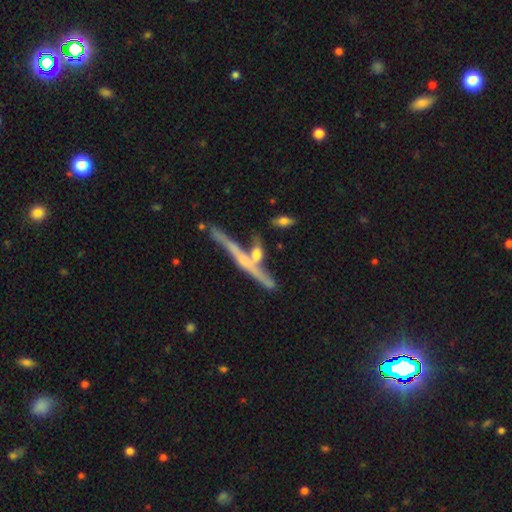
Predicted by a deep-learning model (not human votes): This is likely a featured or disk galaxy (62%). It is clearly viewed edge-on (87%). Edge-on bulge: possibly rounded (46%). Merging: possibly none (53%).